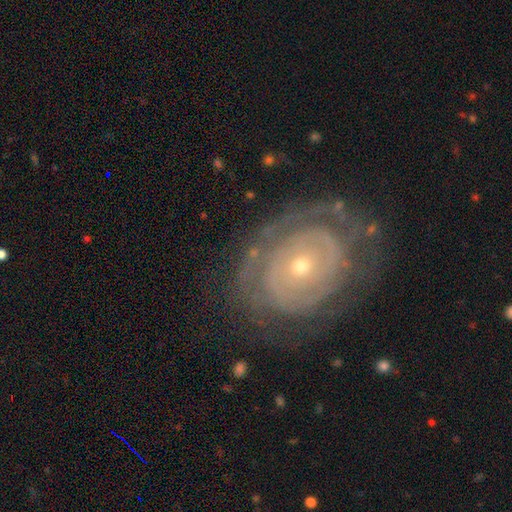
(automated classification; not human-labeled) Overall: featured or disk (79%). Edge-on disk: no (96%). Bar: no (83%). Spiral arms: yes (71%). Spiral arm count: can't tell (49%; 2 22%). Spiral winding: tight (78%). Bulge size: small (66%; moderate 31%). Merging: none (70%).